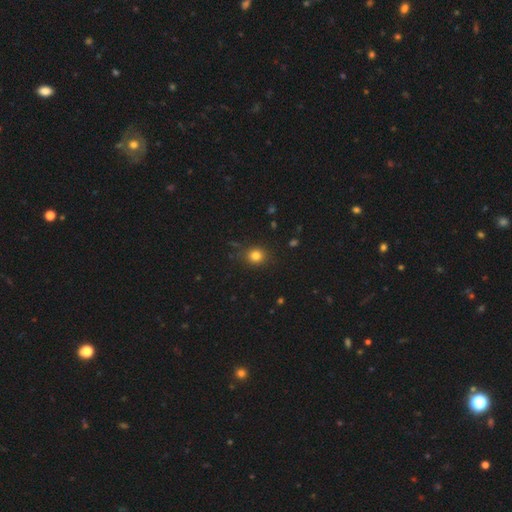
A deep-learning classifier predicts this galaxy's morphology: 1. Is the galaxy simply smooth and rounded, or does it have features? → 81% smooth, 13% star or artifact, 5% featured or disk.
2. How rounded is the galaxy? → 80% round, 19% in between, 1% cigar-shaped.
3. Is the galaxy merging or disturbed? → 86% none, 10% minor disturbance, 3% major disturbance, 2% merger.